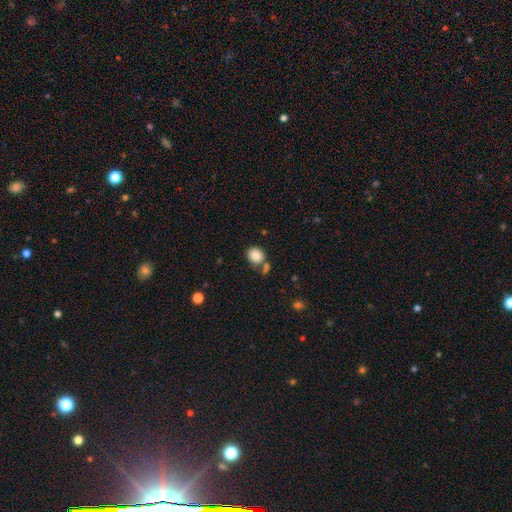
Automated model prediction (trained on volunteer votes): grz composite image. It shows a smooth galaxy with no disk features (86%) that is round (73%). Merging: none (65%).